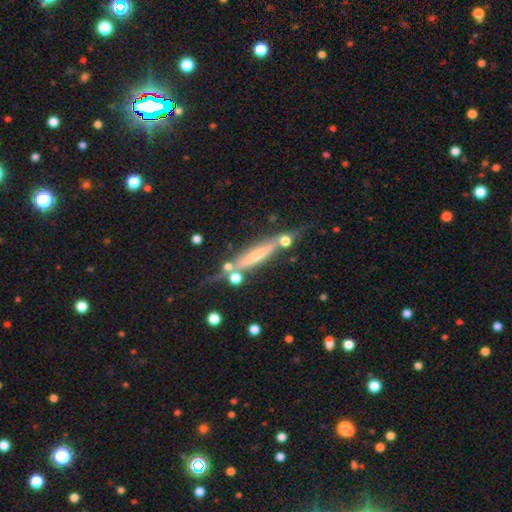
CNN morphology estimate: A featured or disk galaxy (58%) viewed edge-on (86%).

Vote fractions:
- Smooth or featured? featured or disk: 58% / smooth: 33% / star or artifact: 9%
- Edge-on disk? yes: 86% / no: 14%
- Merging? none: 62% / minor disturbance: 18% / merger: 12% / major disturbance: 8%